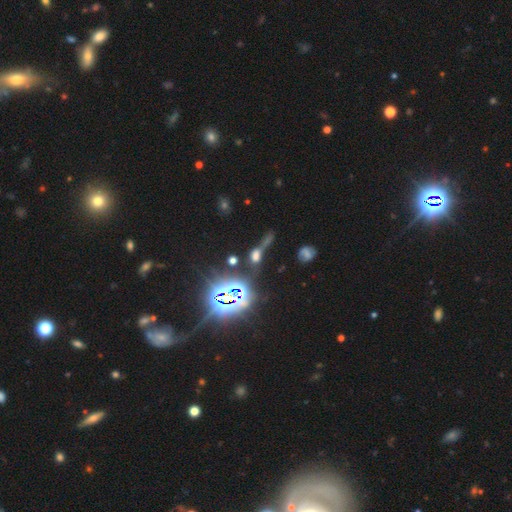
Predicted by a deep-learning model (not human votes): smooth_or_featured: star or artifact (p=0.46) [alt: smooth p=0.35]